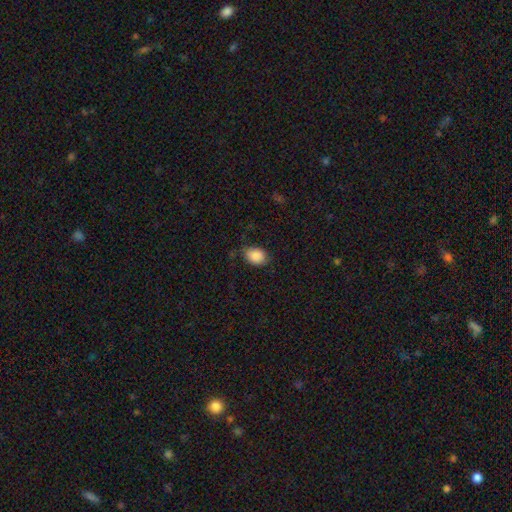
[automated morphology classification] Q: Smooth or featured?
A: smooth (88%); runner-up: star or artifact (8%)
Q: How rounded?
A: in between (71%); runner-up: round (28%)
Q: Merging?
A: none (72%); runner-up: minor disturbance (22%)